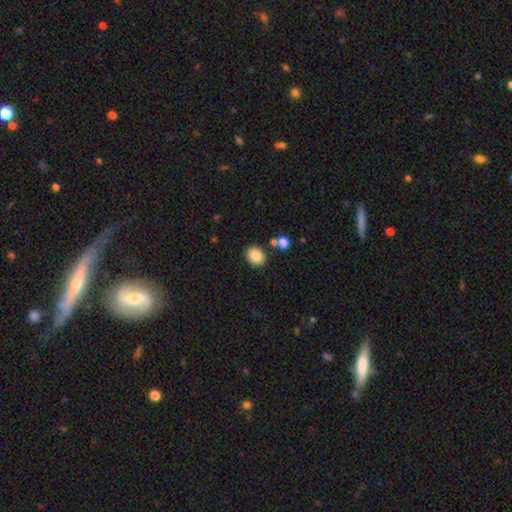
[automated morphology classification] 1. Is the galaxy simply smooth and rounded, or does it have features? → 86% smooth, 10% star or artifact, 4% featured or disk.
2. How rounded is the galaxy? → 62% round, 37% in between, 1% cigar-shaped.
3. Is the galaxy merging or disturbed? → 80% none, 9% minor disturbance, 7% merger, 3% major disturbance.